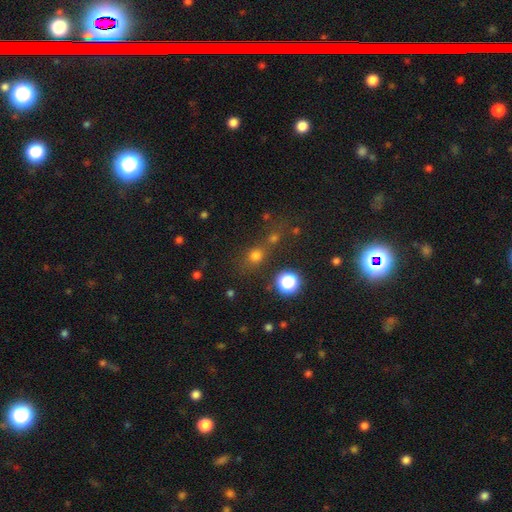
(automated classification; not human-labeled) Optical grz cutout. It shows a smooth galaxy with no disk features (67%) that is round (75%). Merging: none (61%).